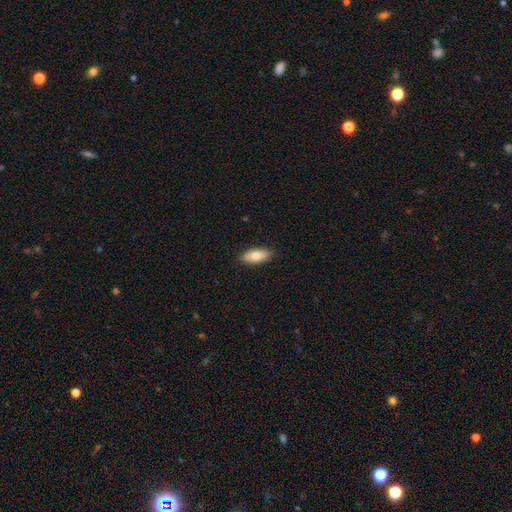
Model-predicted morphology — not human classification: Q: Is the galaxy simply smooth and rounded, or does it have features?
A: smooth — 80%.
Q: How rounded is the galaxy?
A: in between — 85%.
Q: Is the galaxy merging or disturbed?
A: none — 89%.